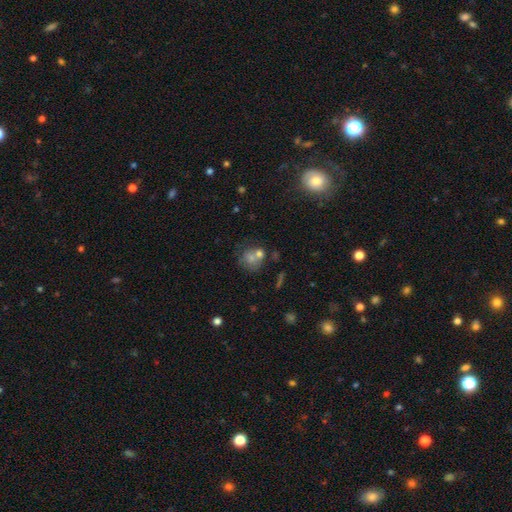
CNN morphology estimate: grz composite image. It shows a smooth galaxy with no disk features (66%) that is round (71%). Merging: merger (39%, tied with none).